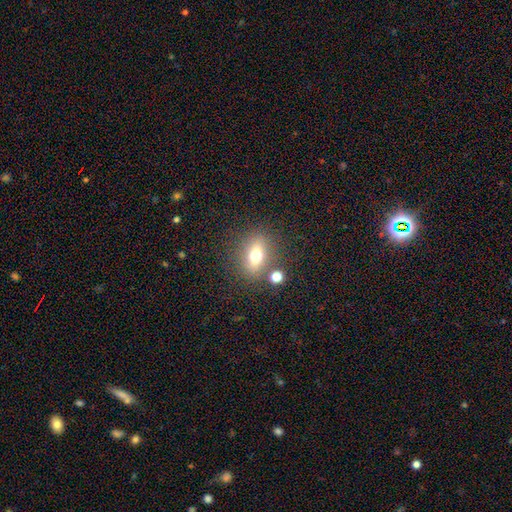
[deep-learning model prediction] The model was most divided on "how rounded": in between: 65%, round: 27%, cigar-shaped: 8%. More confident: merging — none (77%); smooth or featured — smooth (63%).